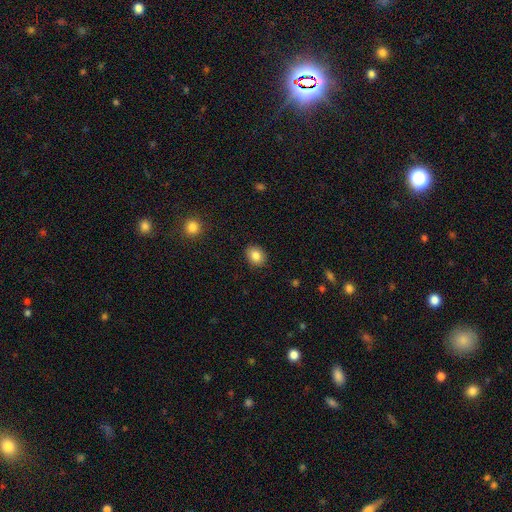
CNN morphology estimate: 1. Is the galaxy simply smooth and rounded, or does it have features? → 84% smooth, 9% star or artifact, 7% featured or disk.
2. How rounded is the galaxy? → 52% round, 47% in between, 1% cigar-shaped.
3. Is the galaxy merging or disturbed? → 89% none, 8% minor disturbance, 2% major disturbance, 1% merger.